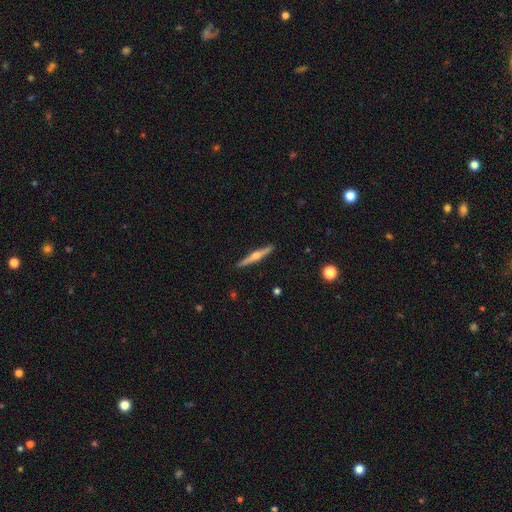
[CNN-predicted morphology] Smooth or featured: featured or disk — 71% (smooth — 23%)
Edge-on disk: yes — 98% (no — 2%)
Edge-on bulge: rounded — 93% (none — 4%)
Merging: none — 92% (minor disturbance — 6%)